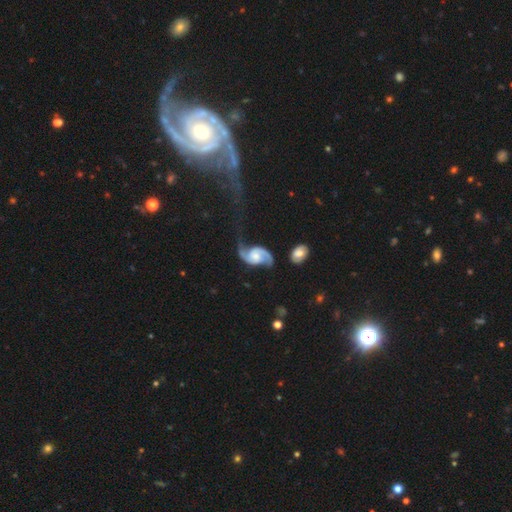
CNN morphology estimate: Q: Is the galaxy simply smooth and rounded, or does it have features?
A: featured or disk — 89%.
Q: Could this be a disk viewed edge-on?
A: no — 98%.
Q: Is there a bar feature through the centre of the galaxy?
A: no — 56%.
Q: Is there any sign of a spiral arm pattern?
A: yes — 97%.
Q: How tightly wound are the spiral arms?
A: loose — 55%.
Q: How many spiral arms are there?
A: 2 — 92%.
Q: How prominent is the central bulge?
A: moderate — 35%.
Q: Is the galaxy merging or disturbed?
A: none — 52%.